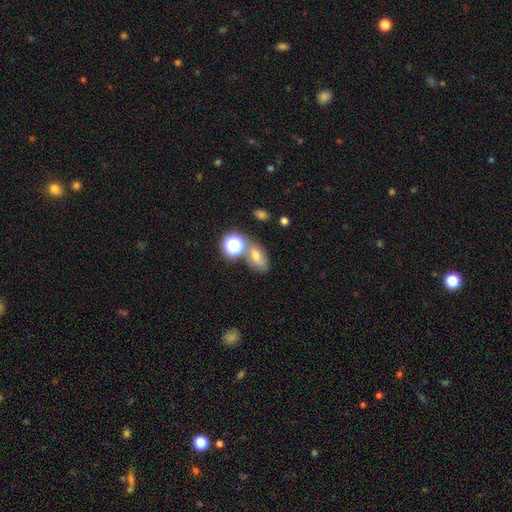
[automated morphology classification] Q: Smooth or featured?
A: smooth (47%); runner-up: star or artifact (27%)
Q: Merging?
A: none (61%); runner-up: merger (18%)